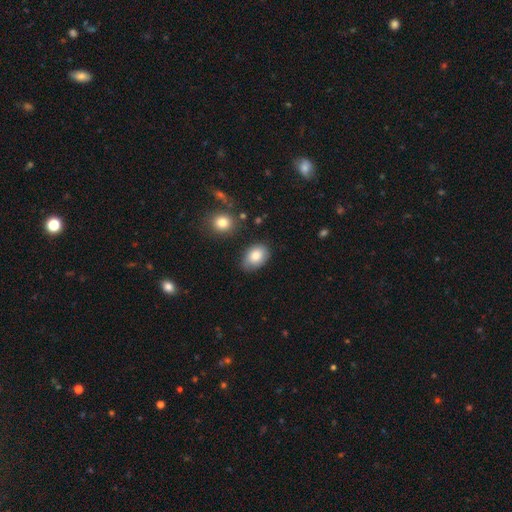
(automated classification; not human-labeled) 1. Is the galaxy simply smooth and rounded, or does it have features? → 83% smooth, 10% featured or disk, 7% star or artifact.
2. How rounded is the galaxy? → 84% in between, 15% round, 1% cigar-shaped.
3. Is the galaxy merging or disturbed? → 73% none, 20% minor disturbance, 4% major disturbance, 3% merger.